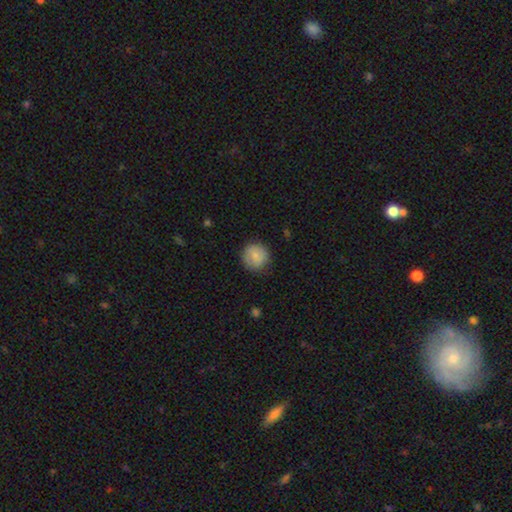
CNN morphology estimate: smooth-or-featured: smooth: 83% | featured or disk: 9% | star or artifact: 7%
  how-rounded: round: 93% | in between: 6% | cigar-shaped: 1%
  merging: none: 86% | minor disturbance: 10% | major disturbance: 3% | merger: 1%